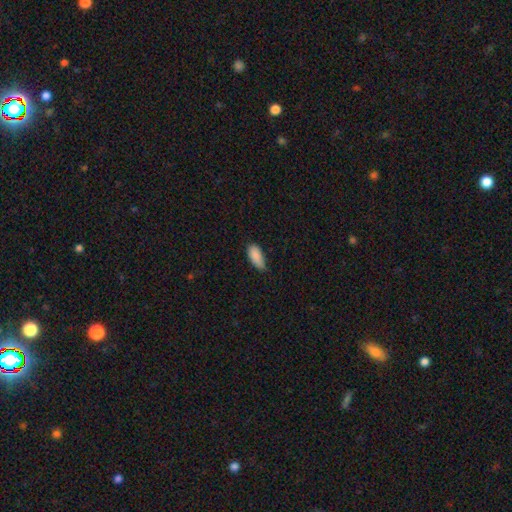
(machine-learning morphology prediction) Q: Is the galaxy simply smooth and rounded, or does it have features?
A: smooth — 88%.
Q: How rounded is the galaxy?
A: in between — 88%.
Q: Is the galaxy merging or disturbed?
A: none — 57%.